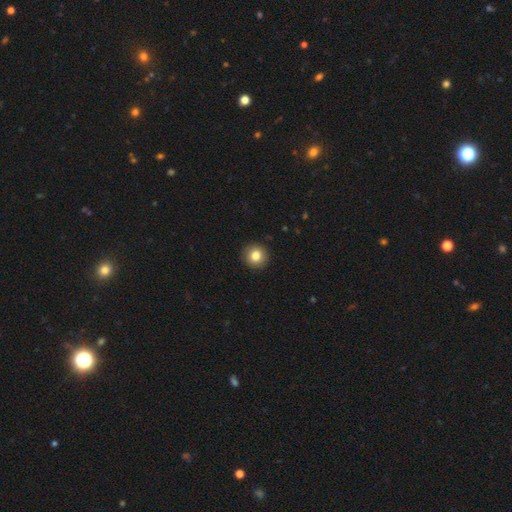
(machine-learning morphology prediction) A smooth galaxy with no disk features (83%) that is round (94%).

Vote fractions:
- Smooth or featured? smooth: 83% / star or artifact: 9% / featured or disk: 8%
- How rounded? round: 94% / in between: 5% / cigar-shaped: 1%
- Merging? none: 93% / minor disturbance: 5% / major disturbance: 2% / merger: 1%